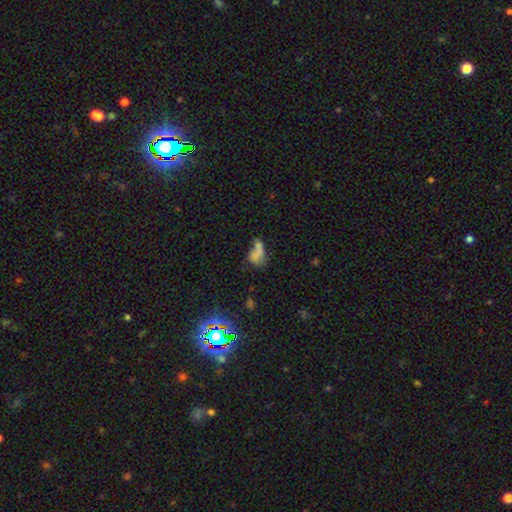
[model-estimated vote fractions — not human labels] Smooth or featured?
  - smooth: 51% *
  - star or artifact: 27%
  - featured or disk: 23%
How rounded?
  - in between: 73% *
  - round: 19%
  - cigar-shaped: 8%
Merging?
  - merger: 34% *
  - none: 29%
  - major disturbance: 21%
  - minor disturbance: 16%